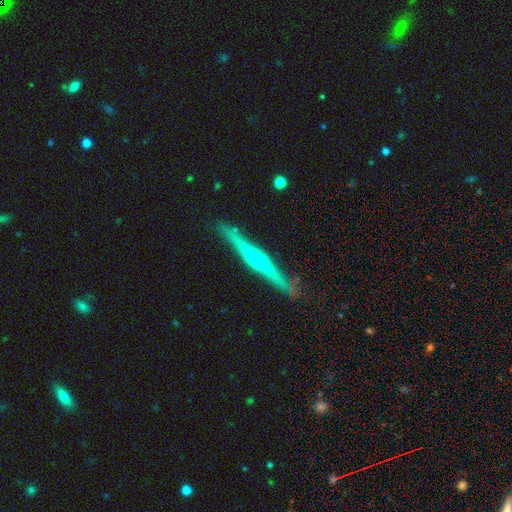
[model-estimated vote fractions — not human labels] A featured or disk galaxy (76%) viewed edge-on (97%) with a rounded central bulge (86%).

Vote fractions:
- Smooth or featured? featured or disk: 76% / smooth: 18% / star or artifact: 6%
- Edge-on disk? yes: 97% / no: 3%
- Edge-on bulge? rounded: 86% / none: 8% / boxy: 6%
- Merging? none: 86% / minor disturbance: 10% / merger: 2% / major disturbance: 2%